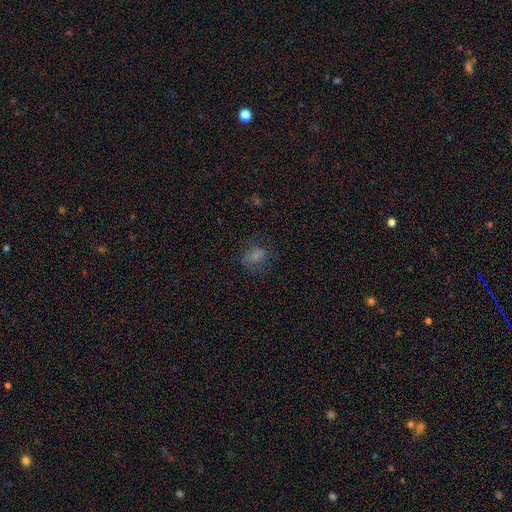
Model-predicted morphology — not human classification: type=smooth (68%); roundness=in between (55%); merging=none (62%).